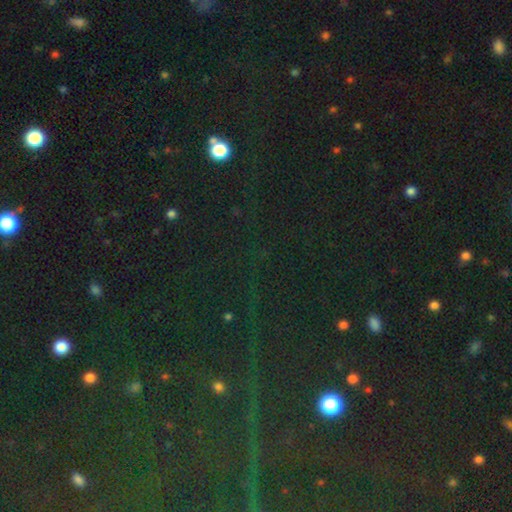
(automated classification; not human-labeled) The model was most divided on "smooth or featured": star or artifact: 81%, smooth: 11%, featured or disk: 8%.